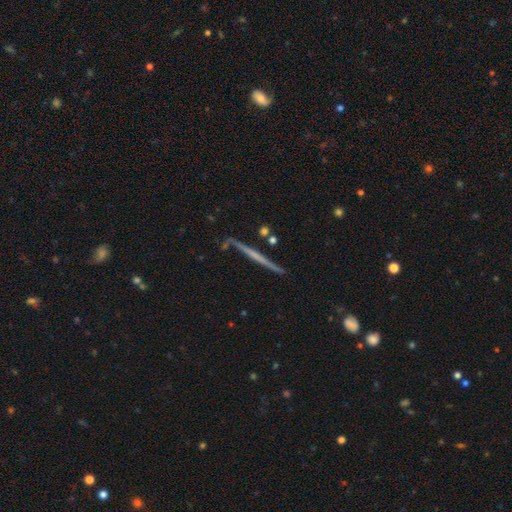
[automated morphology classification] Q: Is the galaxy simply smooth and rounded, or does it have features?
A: featured or disk — 68%.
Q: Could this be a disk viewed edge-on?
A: yes — 96%.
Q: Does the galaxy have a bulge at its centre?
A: none — 76%.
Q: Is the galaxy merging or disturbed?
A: none — 82%.